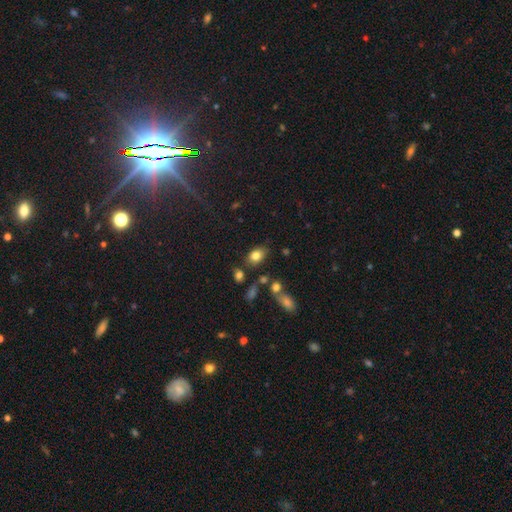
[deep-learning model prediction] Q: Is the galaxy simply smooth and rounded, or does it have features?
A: smooth — 80%.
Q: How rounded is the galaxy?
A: in between — 81%.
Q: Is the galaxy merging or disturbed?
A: none — 73%.